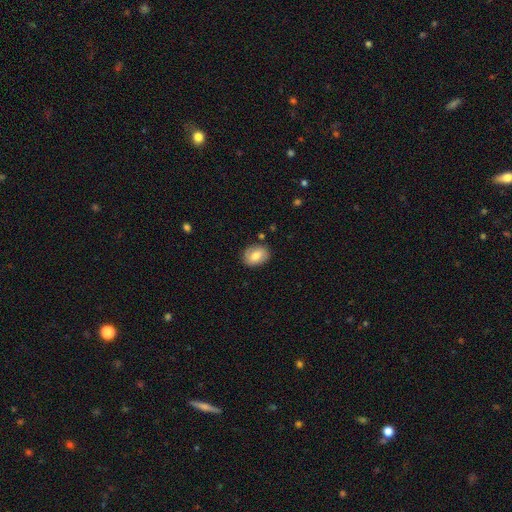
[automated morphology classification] This appears to be a smooth galaxy with no disk features (74%) that is in between round and cigar-shaped (67%). Merging: none (84%).